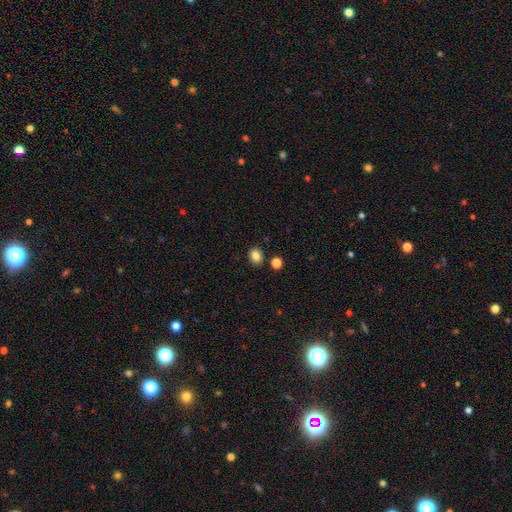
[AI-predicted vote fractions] A smooth galaxy with no disk features (83%) that is round (50%). Merging: none (85%).